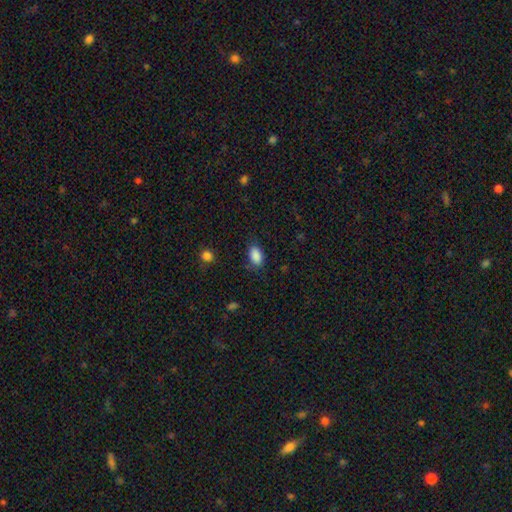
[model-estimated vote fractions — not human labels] Morphology: type=smooth (88%); roundness=in between (90%); merging=none (79%).